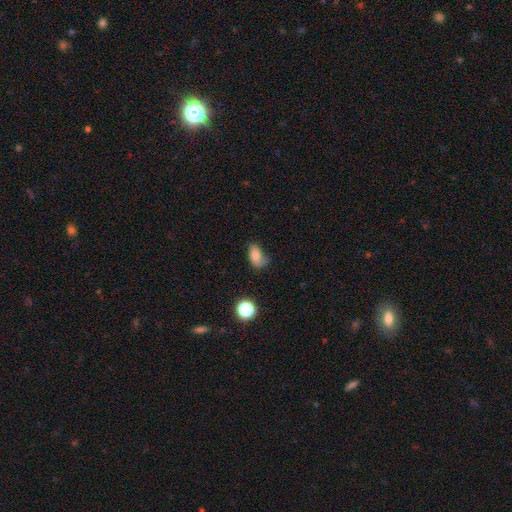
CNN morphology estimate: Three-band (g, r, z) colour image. It shows a smooth galaxy with no disk features (75%) that is in between round and cigar-shaped (87%). Merging: none (46%).